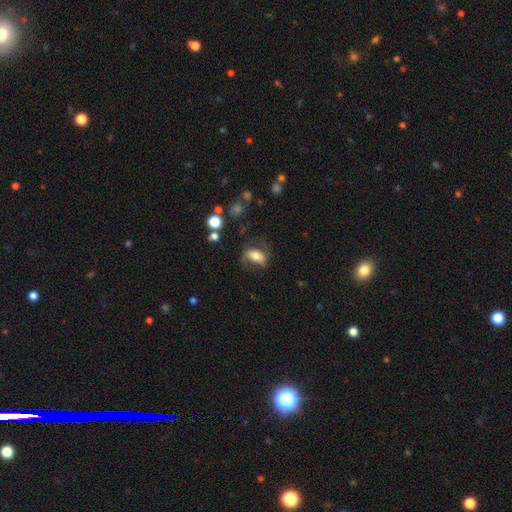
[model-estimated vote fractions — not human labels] smooth-or-featured: smooth: 50% | featured or disk: 41% | star or artifact: 8%
  how-rounded: in between: 81% | round: 12% | cigar-shaped: 7%
  merging: none: 56% | minor disturbance: 21% | major disturbance: 20% | merger: 3%